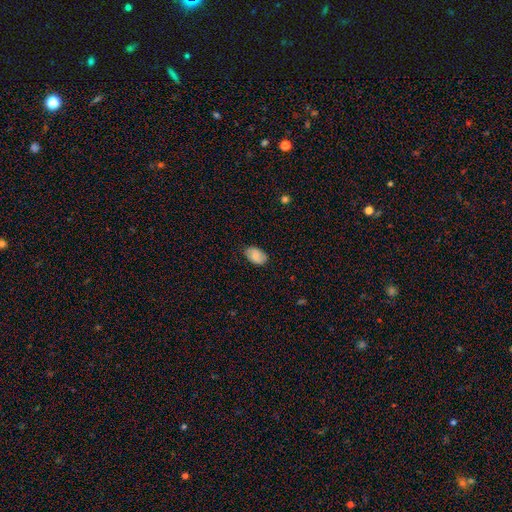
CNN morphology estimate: This appears to be a smooth galaxy with no disk features (74%) that is in between round and cigar-shaped (89%). Merging: none (79%).